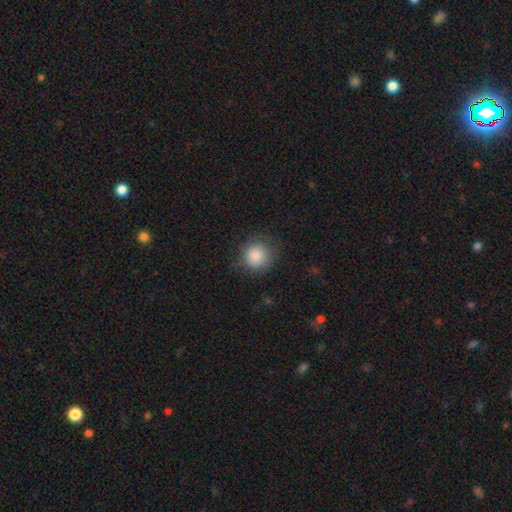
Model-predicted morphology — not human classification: A smooth galaxy with no disk features (87%) that is round (89%). Merging: none (78%).